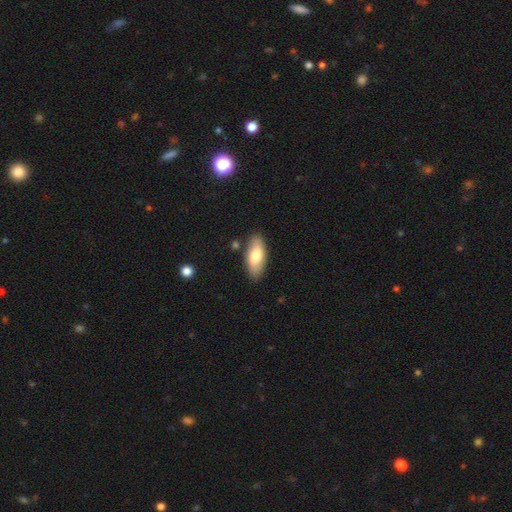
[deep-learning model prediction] smooth 74%, featured or disk 20%, star or artifact 6%. Down the decision tree: how rounded — in between (85%); merging — none (84%).